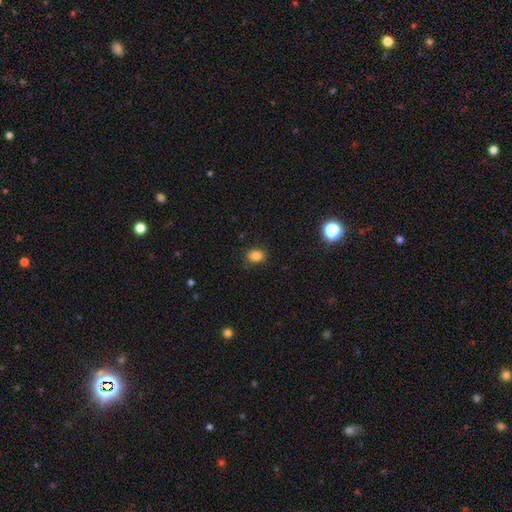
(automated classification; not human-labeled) Smooth or featured?
  - smooth: 84% *
  - star or artifact: 12%
  - featured or disk: 4%
How rounded?
  - in between: 52% *
  - round: 47%
  - cigar-shaped: 1%
Merging?
  - none: 83% *
  - minor disturbance: 13%
  - major disturbance: 3%
  - merger: 1%